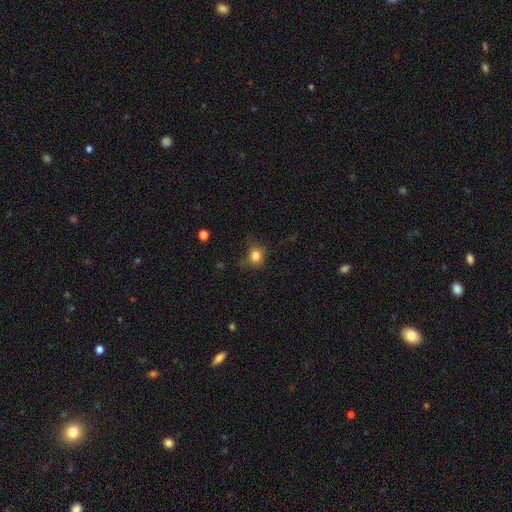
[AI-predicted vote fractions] smooth-or-featured: smooth: 81% | star or artifact: 12% | featured or disk: 7%
  how-rounded: round: 68% | in between: 31% | cigar-shaped: 1%
  merging: none: 66% | minor disturbance: 24% | major disturbance: 8% | merger: 2%